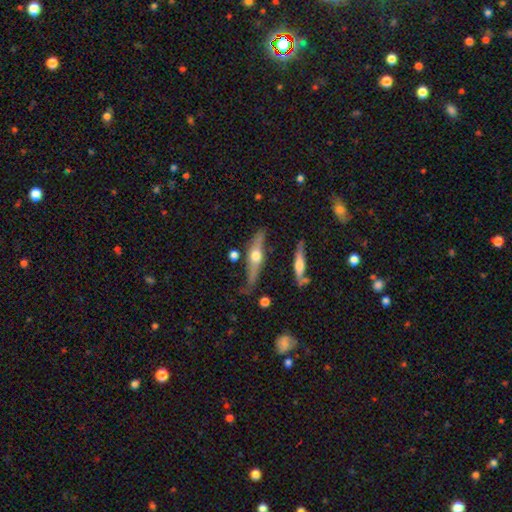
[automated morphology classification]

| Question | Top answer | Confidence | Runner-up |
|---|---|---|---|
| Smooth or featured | featured or disk | 67% | smooth (26%) |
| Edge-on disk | yes | 91% | no (9%) |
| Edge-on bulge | rounded | 94% | none (3%) |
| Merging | none | 68% | minor disturbance (20%) |